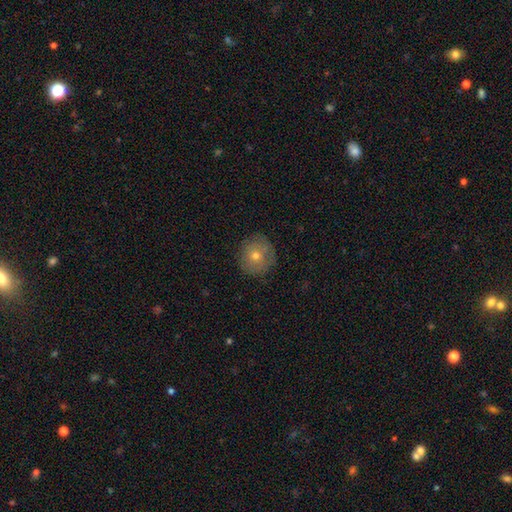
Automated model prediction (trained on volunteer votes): Smooth or featured?
  - smooth: 65% *
  - featured or disk: 24%
  - star or artifact: 11%
How rounded?
  - round: 93% *
  - in between: 6%
  - cigar-shaped: 1%
Merging?
  - none: 86% *
  - minor disturbance: 11%
  - major disturbance: 3%
  - merger: 1%